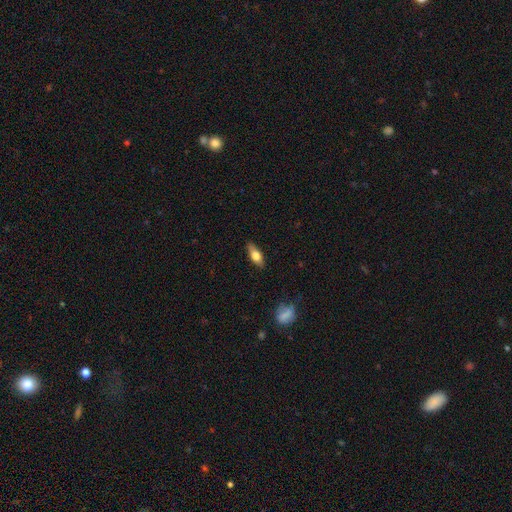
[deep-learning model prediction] Smooth or featured: smooth — 64% (featured or disk — 29%)
How rounded: in between — 70% (cigar-shaped — 26%)
Merging: none — 83% (minor disturbance — 13%)